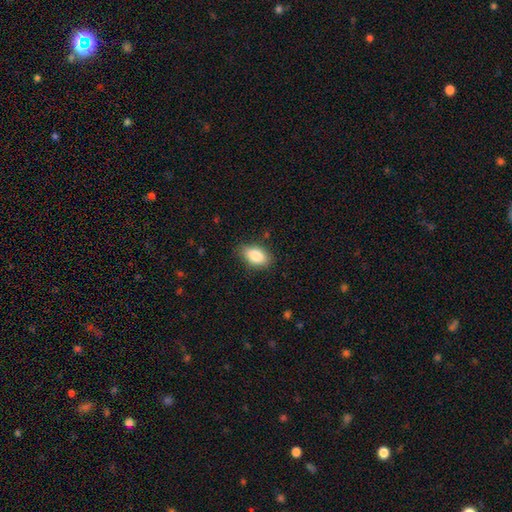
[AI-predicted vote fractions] smooth_or_featured: smooth (p=0.85) [alt: featured or disk p=0.08]
how_rounded: in between (p=0.90) [alt: round p=0.08]
merging: none (p=0.83) [alt: minor disturbance p=0.14]